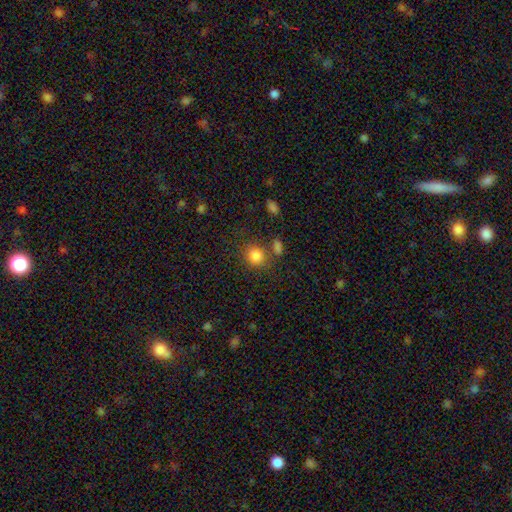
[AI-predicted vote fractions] The model was most divided on "how rounded": round: 77%, in between: 22%, cigar-shaped: 1%. More confident: smooth or featured — smooth (83%); merging — none (70%).